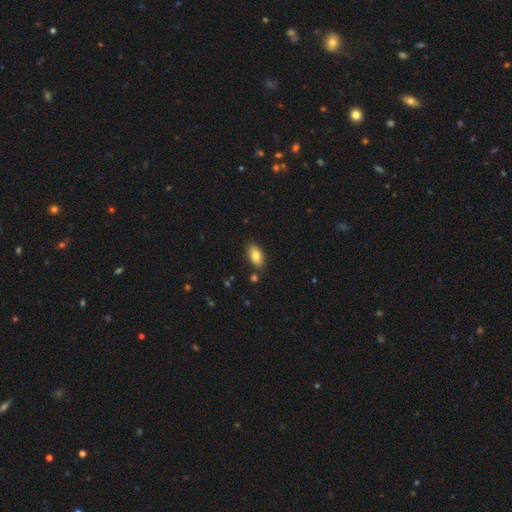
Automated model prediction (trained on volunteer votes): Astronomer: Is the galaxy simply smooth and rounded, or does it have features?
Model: smooth — 80%.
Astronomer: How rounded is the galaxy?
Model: in between — 92%.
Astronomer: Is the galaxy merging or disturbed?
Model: none — 82%.